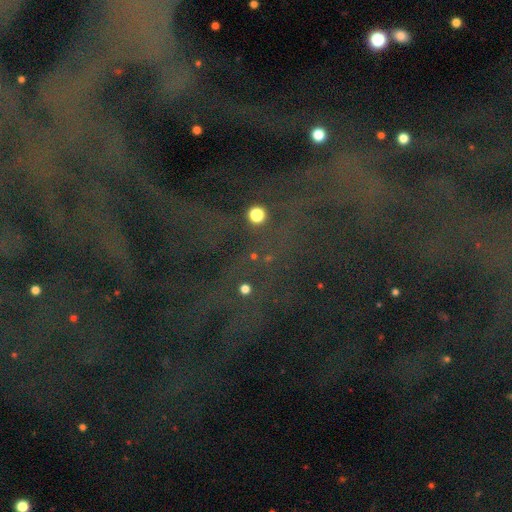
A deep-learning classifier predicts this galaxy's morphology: This appears to be a star or artifact, not a galaxy (81%).